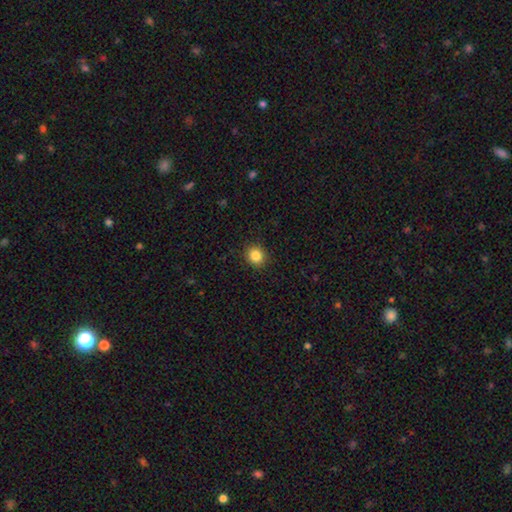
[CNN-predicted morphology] Smooth or featured: smooth — 85% (star or artifact — 11%)
How rounded: round — 80% (in between — 20%)
Merging: none — 91% (minor disturbance — 6%)